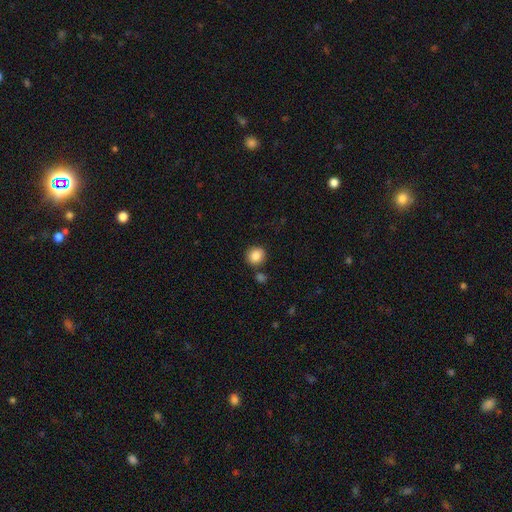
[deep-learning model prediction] This is clearly a smooth galaxy (86%). How rounded: clearly round (85%). Merging: clearly none (82%).